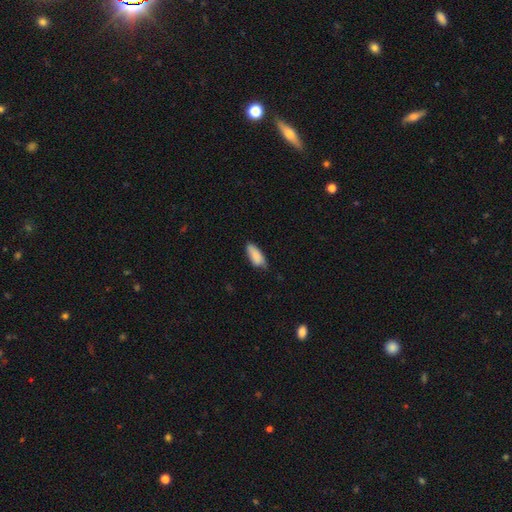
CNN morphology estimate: Smooth or featured?
  - smooth: 86% *
  - featured or disk: 8%
  - star or artifact: 6%
How rounded?
  - in between: 78% *
  - cigar-shaped: 20%
  - round: 2%
Merging?
  - none: 65% *
  - minor disturbance: 29%
  - major disturbance: 4%
  - merger: 2%